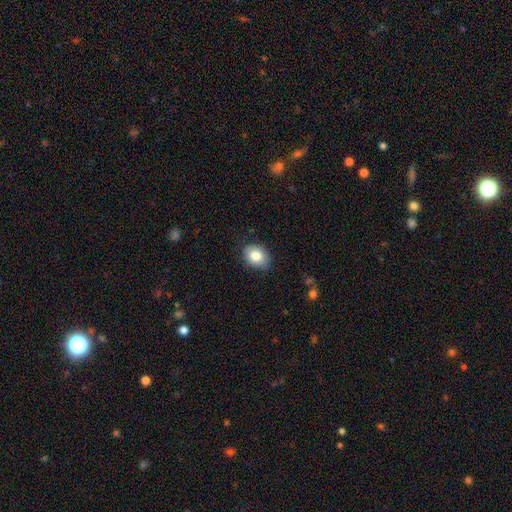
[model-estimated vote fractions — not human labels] The model was most divided on "how rounded": in between: 56%, round: 43%, cigar-shaped: 1%. More confident: merging — none (83%); smooth or featured — smooth (82%).